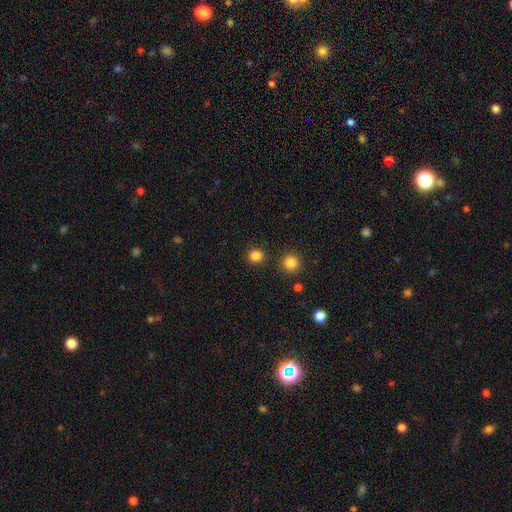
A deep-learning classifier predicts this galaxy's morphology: Smooth or featured: smooth — 84% (star or artifact — 13%)
How rounded: round — 86% (in between — 13%)
Merging: none — 87% (minor disturbance — 7%)